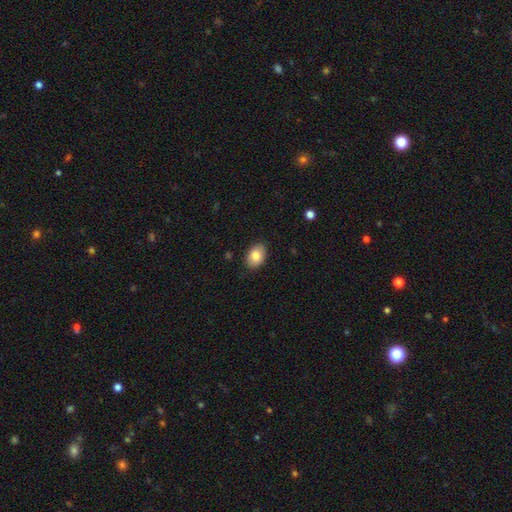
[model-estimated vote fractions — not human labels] A smooth galaxy with no disk features (83%) that is in between round and cigar-shaped (82%).

Vote fractions:
- Smooth or featured? smooth: 83% / featured or disk: 10% / star or artifact: 7%
- How rounded? in between: 82% / round: 17% / cigar-shaped: 1%
- Merging? none: 87% / minor disturbance: 10% / major disturbance: 2% / merger: 1%